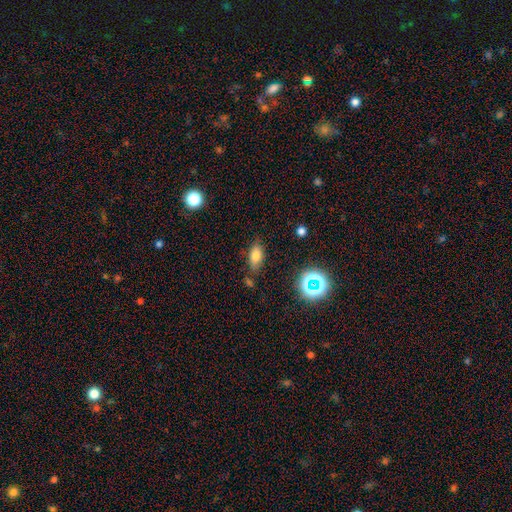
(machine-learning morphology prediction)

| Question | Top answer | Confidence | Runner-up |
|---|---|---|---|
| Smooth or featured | smooth | 72% | featured or disk (14%) |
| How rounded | in between | 83% | cigar-shaped (11%) |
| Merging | none | 76% | minor disturbance (15%) |